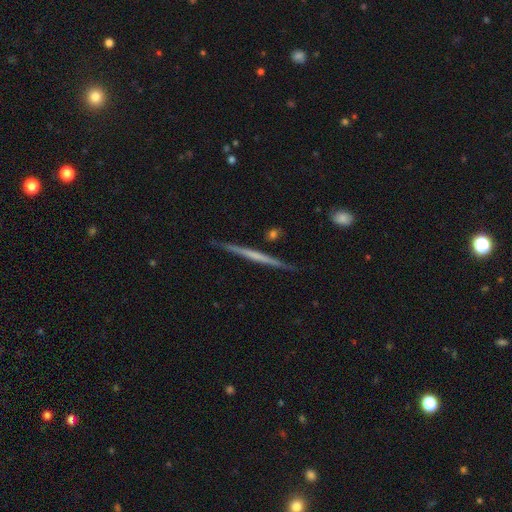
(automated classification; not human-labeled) featured or disk 63%, smooth 31%, star or artifact 6%. Down the decision tree: edge-on disk — yes (98%); edge-on bulge — none (80%); merging — none (88%).